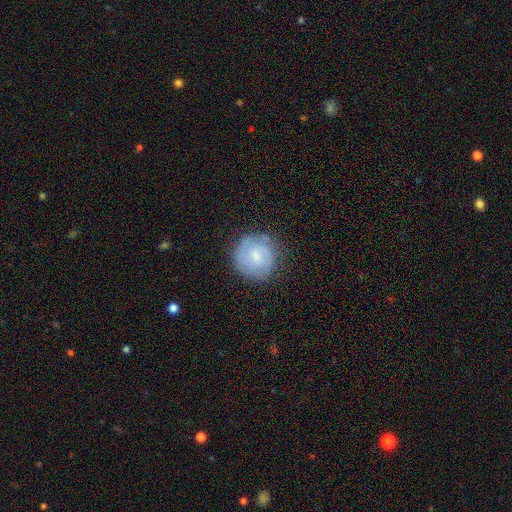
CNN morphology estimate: smooth 57%, featured or disk 36%, star or artifact 7%. Down the decision tree: how rounded — round (93%); merging — none (77%).